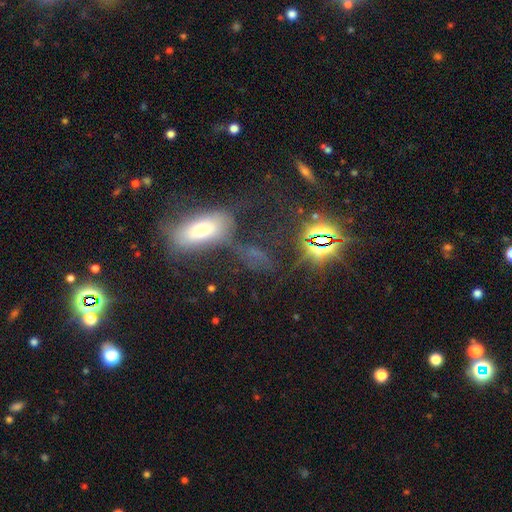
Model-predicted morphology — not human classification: Smooth or featured: star or artifact — 43% (smooth — 38%)